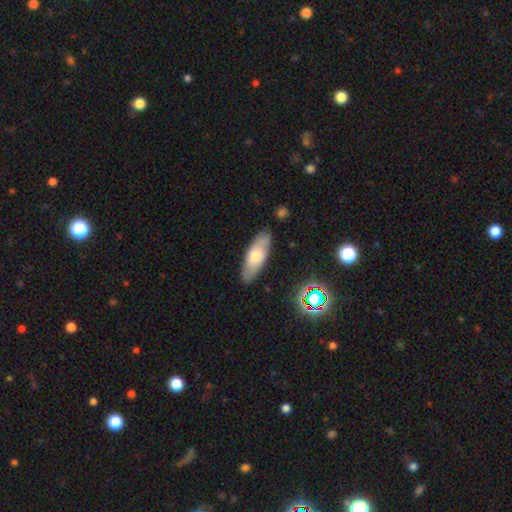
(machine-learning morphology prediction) Q: Smooth or featured?
A: smooth (60%); runner-up: featured or disk (33%)
Q: How rounded?
A: in between (67%); runner-up: cigar-shaped (30%)
Q: Merging?
A: none (85%); runner-up: minor disturbance (11%)